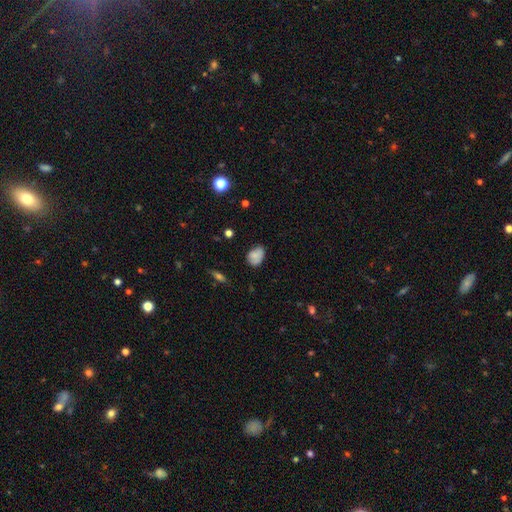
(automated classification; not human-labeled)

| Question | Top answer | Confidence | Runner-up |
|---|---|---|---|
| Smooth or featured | smooth | 75% | featured or disk (15%) |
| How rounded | in between | 78% | round (20%) |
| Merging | none | 55% | minor disturbance (33%) |